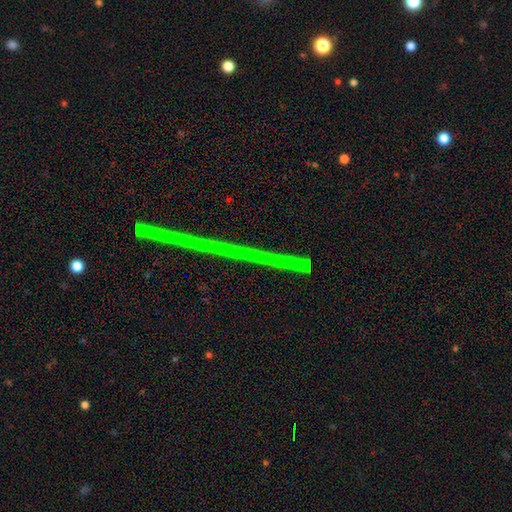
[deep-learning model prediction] This appears to be a star or artifact, not a galaxy (77%).